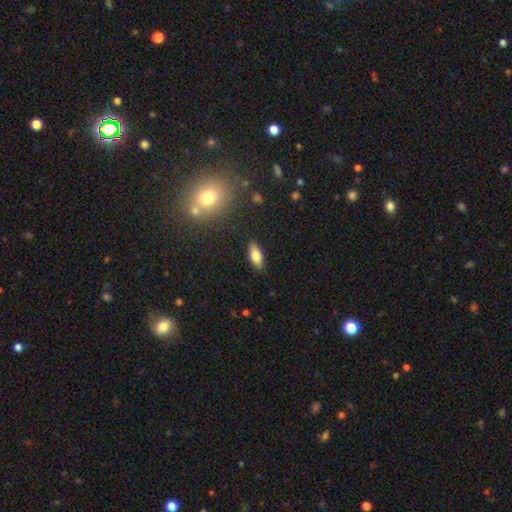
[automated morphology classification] Q: Smooth or featured?
A: smooth (76%); runner-up: featured or disk (16%)
Q: How rounded?
A: in between (82%); runner-up: cigar-shaped (15%)
Q: Merging?
A: none (87%); runner-up: minor disturbance (9%)